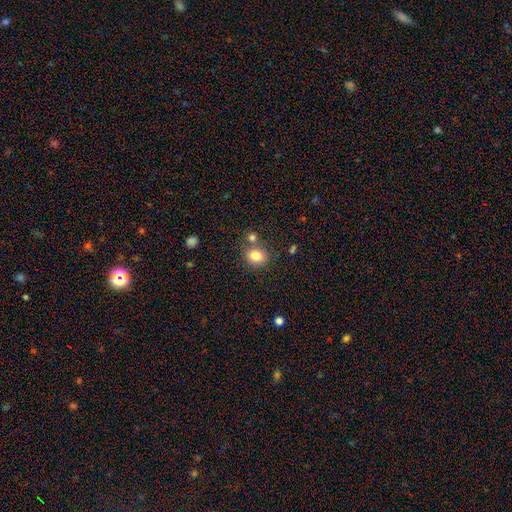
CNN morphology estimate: The model was most divided on "how rounded": round: 65%, in between: 34%, cigar-shaped: 1%. More confident: smooth or featured — smooth (82%); merging — none (69%).